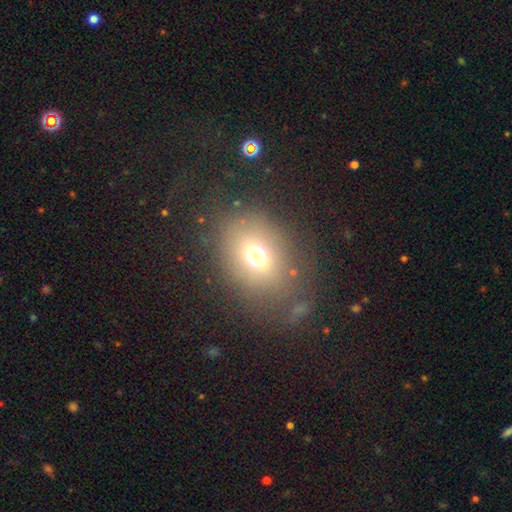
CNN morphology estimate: Q: Smooth or featured?
A: smooth (68%); runner-up: star or artifact (18%)
Q: How rounded?
A: in between (52%); runner-up: round (47%)
Q: Merging?
A: none (69%); runner-up: minor disturbance (15%)